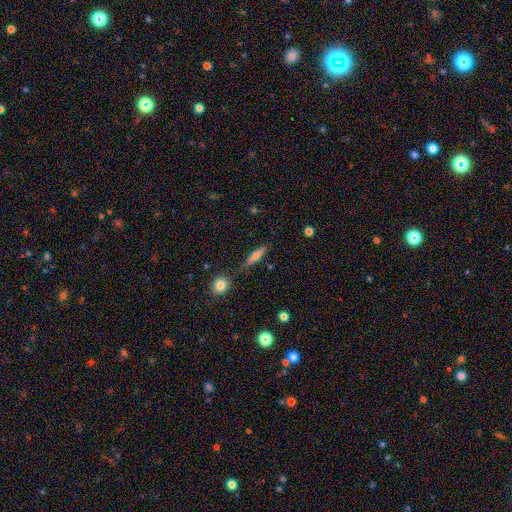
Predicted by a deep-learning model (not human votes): A smooth galaxy with no disk features (60%) that is cigar-shaped (75%). Merging: none (74%).